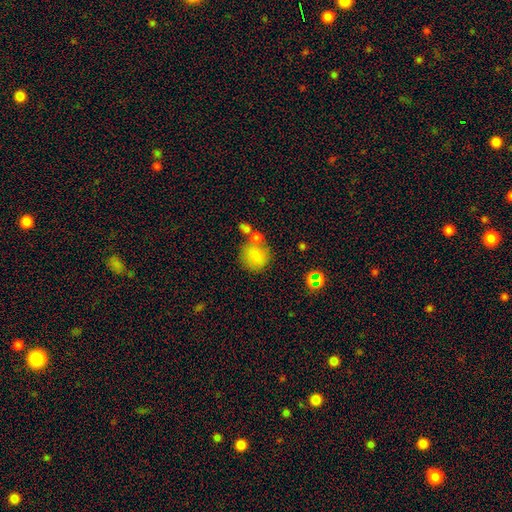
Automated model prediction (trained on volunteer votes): A smooth galaxy with no disk features (78%) that is round (86%). Merging: none (60%).